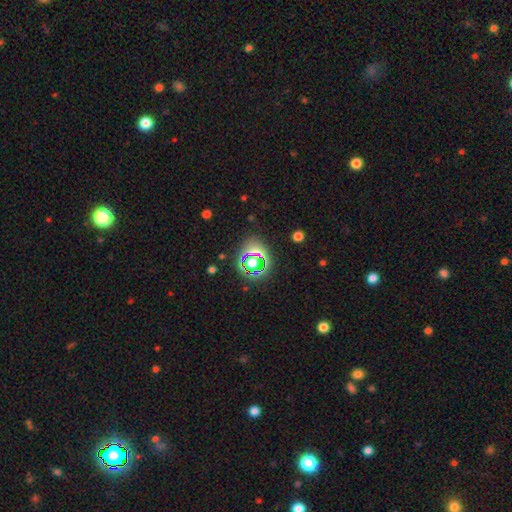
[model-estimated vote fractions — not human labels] smooth_or_featured: star or artifact (p=0.48) [alt: smooth p=0.41]